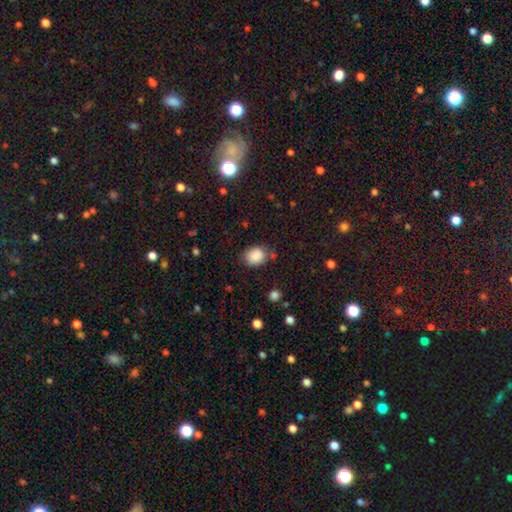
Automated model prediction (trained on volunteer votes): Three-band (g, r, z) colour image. It shows a smooth galaxy with no disk features (88%) that is in between round and cigar-shaped (50%). Merging: none (75%).